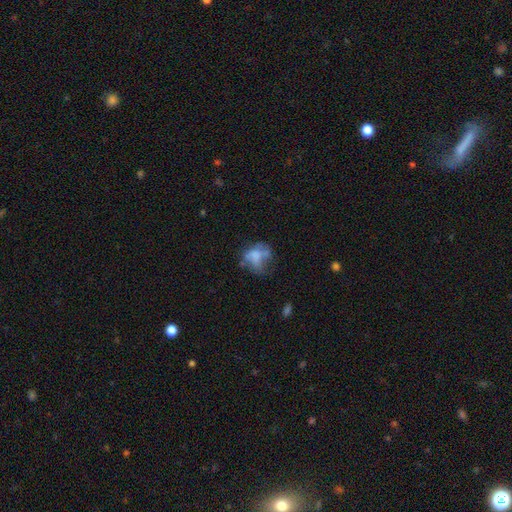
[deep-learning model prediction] Morphology: type=smooth (51%); roundness=in between (54%); merging=none (37%).